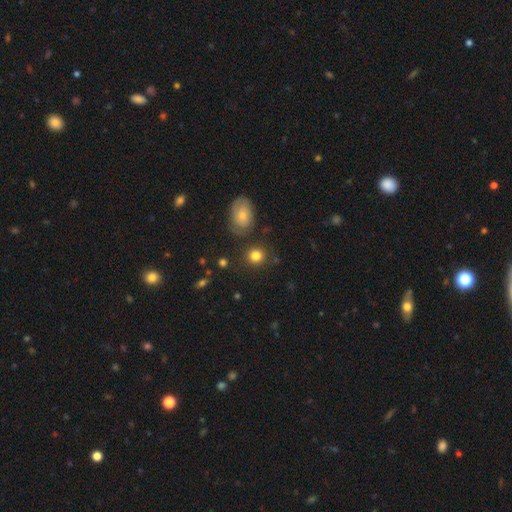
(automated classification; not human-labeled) Smooth or featured? Predicted: smooth (p=0.84). How rounded? Predicted: round (p=0.85). Merging? Predicted: none (p=0.84).